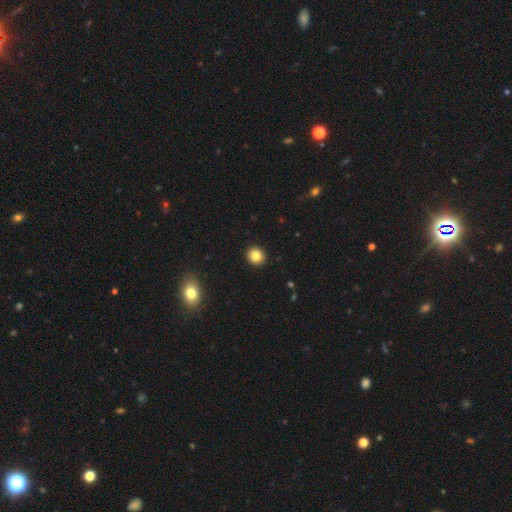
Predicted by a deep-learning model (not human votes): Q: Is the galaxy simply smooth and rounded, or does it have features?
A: smooth — 84%.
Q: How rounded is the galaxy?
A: round — 86%.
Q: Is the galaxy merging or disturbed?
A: none — 93%.